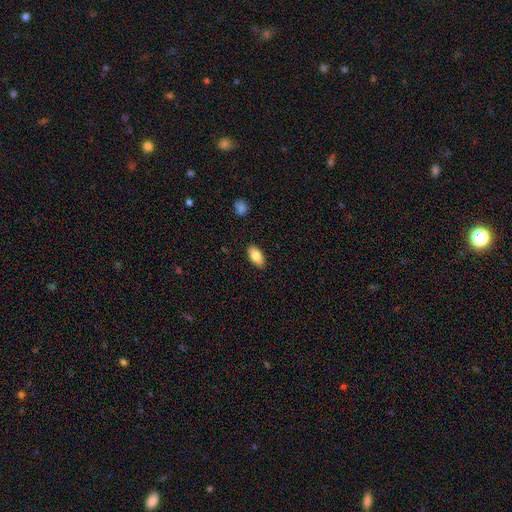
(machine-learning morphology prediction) This is clearly a smooth galaxy (84%). How rounded: clearly in between (93%). Merging: clearly none (88%).